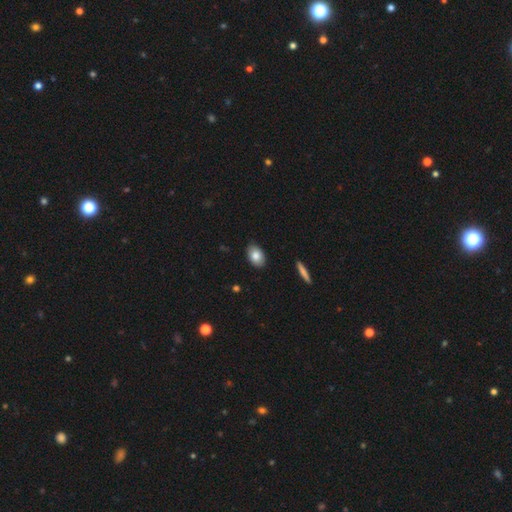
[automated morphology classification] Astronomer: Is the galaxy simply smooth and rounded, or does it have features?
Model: smooth — 83%.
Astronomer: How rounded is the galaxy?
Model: in between — 87%.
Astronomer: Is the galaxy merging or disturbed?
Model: none — 88%.